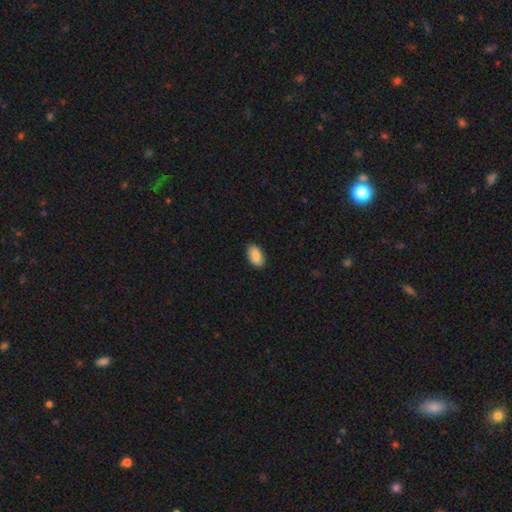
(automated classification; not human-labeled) The model was most divided on "merging": none: 88%, minor disturbance: 9%, major disturbance: 2%, merger: 1%. More confident: how rounded — in between (94%); smooth or featured — smooth (88%).